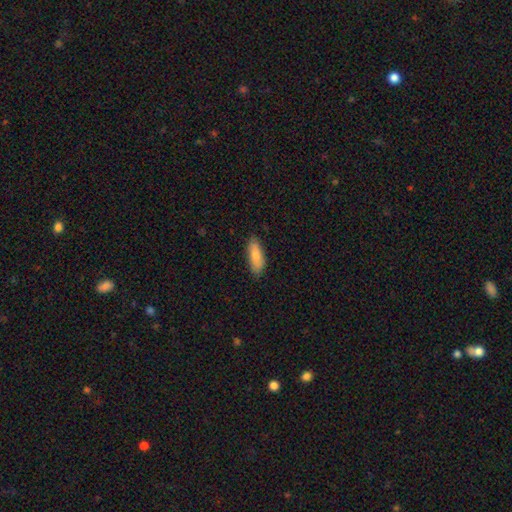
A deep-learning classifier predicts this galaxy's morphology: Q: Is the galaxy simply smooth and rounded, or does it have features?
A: smooth — 81%.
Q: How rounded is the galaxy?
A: in between — 72%.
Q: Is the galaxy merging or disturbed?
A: none — 82%.